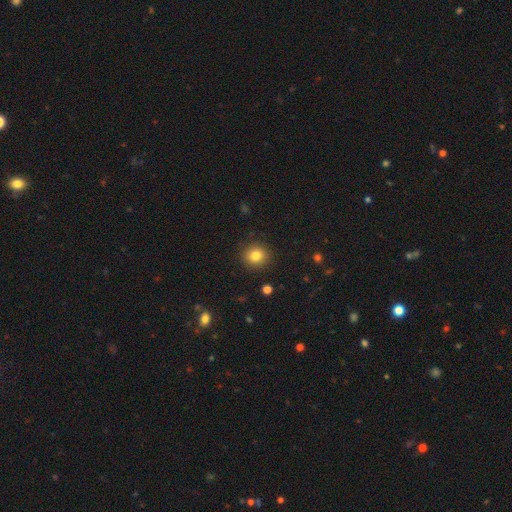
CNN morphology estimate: Smooth or featured? Predicted: smooth (p=0.83). How rounded? Predicted: round (p=0.87). Merging? Predicted: none (p=0.91).